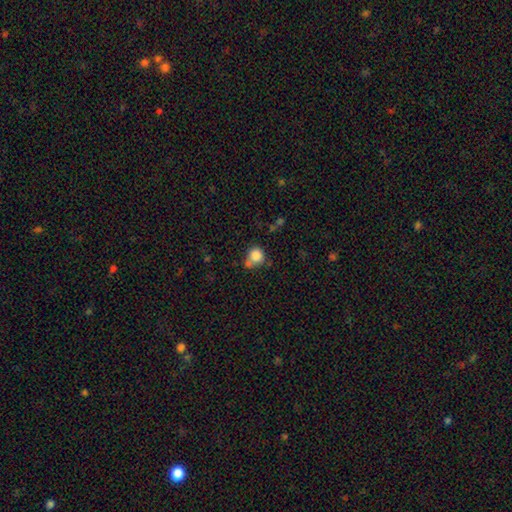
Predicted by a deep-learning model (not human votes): Smooth or featured? smooth (83%)
How rounded? round (83%)
Merging? none (49%)